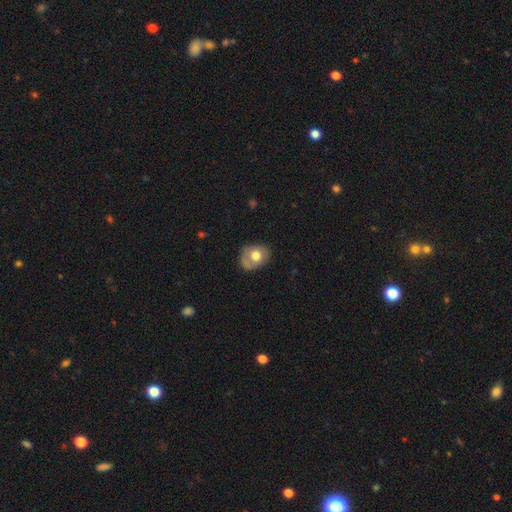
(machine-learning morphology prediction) A smooth galaxy with no disk features (66%) that is in between round and cigar-shaped (54%). Merging: none (57%).